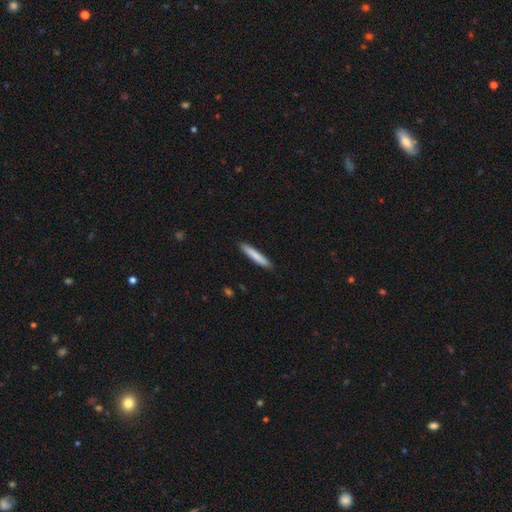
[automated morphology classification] This is clearly a smooth galaxy (81%). How rounded: clearly cigar-shaped (93%). Merging: clearly none (89%).